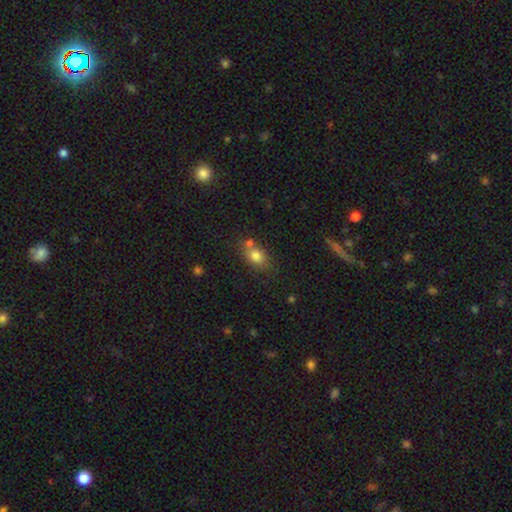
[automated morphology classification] Q: Smooth or featured?
A: smooth (78%); runner-up: featured or disk (11%)
Q: How rounded?
A: in between (70%); runner-up: round (28%)
Q: Merging?
A: none (59%); runner-up: merger (22%)